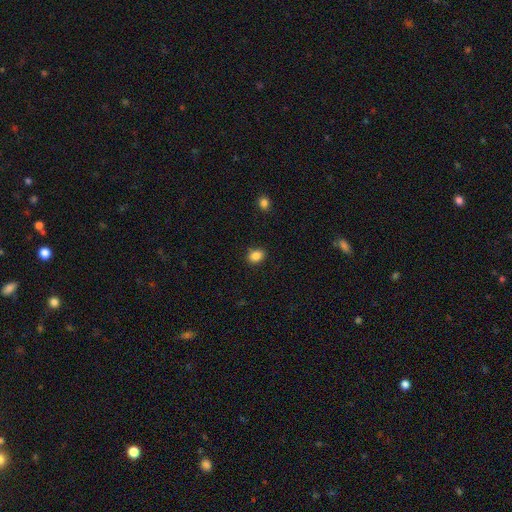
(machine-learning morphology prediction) smooth-or-featured: smooth: 86% | star or artifact: 10% | featured or disk: 4%
  how-rounded: in between: 55% | round: 43% | cigar-shaped: 1%
  merging: none: 84% | minor disturbance: 11% | major disturbance: 3% | merger: 2%